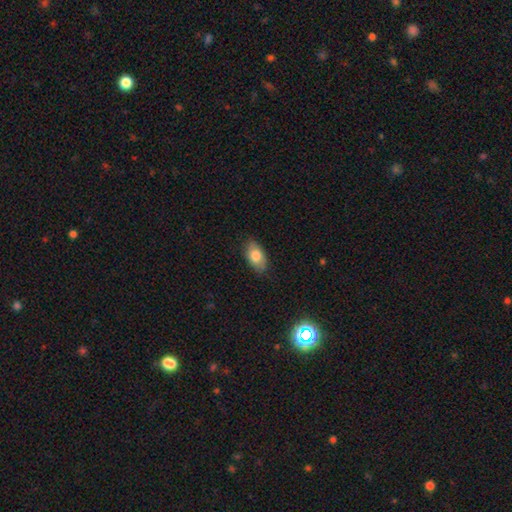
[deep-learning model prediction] Smooth or featured: smooth — 79% (featured or disk — 14%)
How rounded: in between — 92% (round — 5%)
Merging: none — 83% (minor disturbance — 14%)